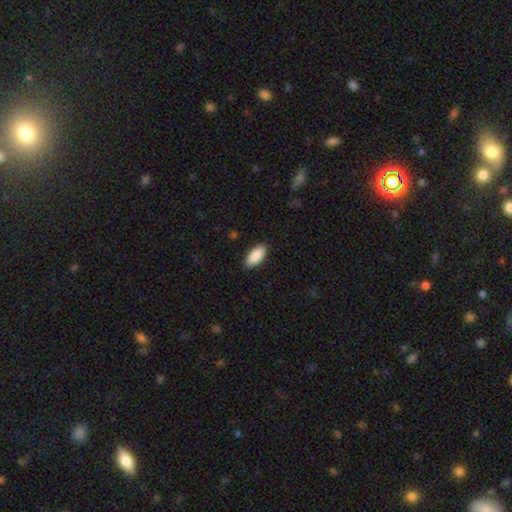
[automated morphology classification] type=smooth (89%); roundness=in between (87%); merging=none (87%).